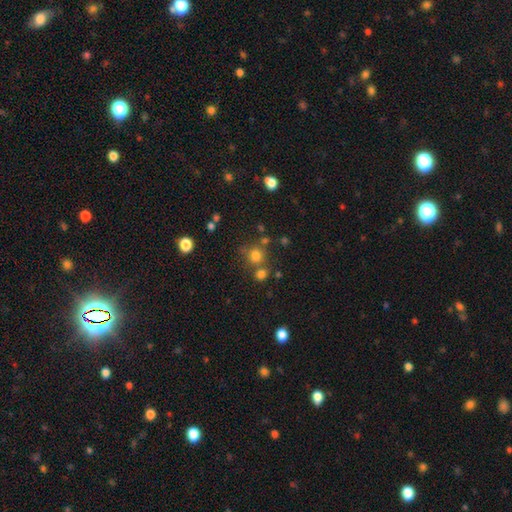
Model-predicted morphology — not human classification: smooth-or-featured: smooth: 75% | star or artifact: 17% | featured or disk: 8%
  how-rounded: round: 87% | in between: 12% | cigar-shaped: 1%
  merging: none: 65% | merger: 20% | minor disturbance: 11% | major disturbance: 5%